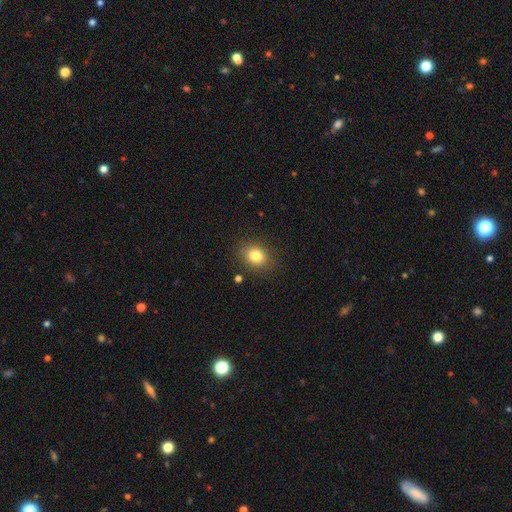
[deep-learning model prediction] The model was most divided on "how rounded": round: 58%, in between: 41%, cigar-shaped: 1%. More confident: merging — none (84%); smooth or featured — smooth (81%).